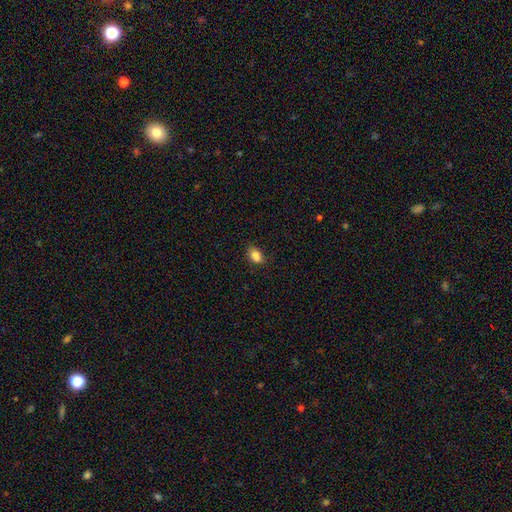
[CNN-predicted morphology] Smooth or featured? smooth (85%)
How rounded? in between (82%)
Merging? none (78%)